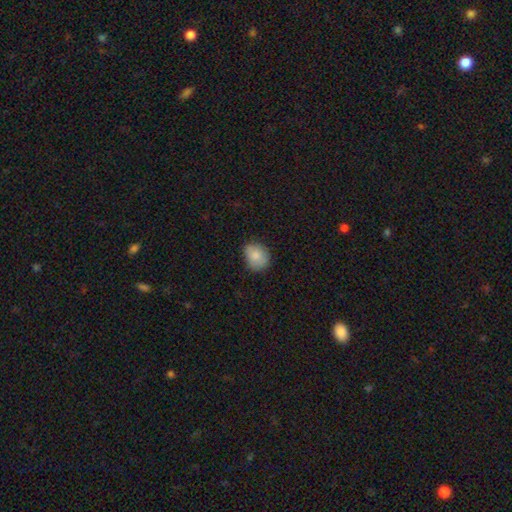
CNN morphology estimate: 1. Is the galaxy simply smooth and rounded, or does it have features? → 84% smooth, 8% featured or disk, 8% star or artifact.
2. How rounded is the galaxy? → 50% round, 49% in between, 1% cigar-shaped.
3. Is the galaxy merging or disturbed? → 74% none, 21% minor disturbance, 4% major disturbance, 1% merger.